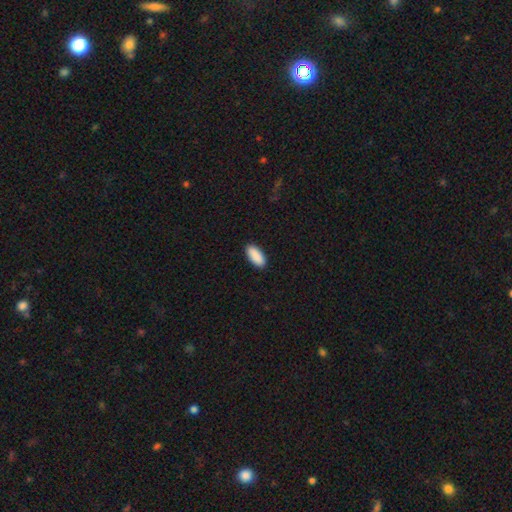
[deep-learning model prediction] smooth 91%, star or artifact 6%, featured or disk 3%. Down the decision tree: how rounded — in between (88%); merging — none (90%).